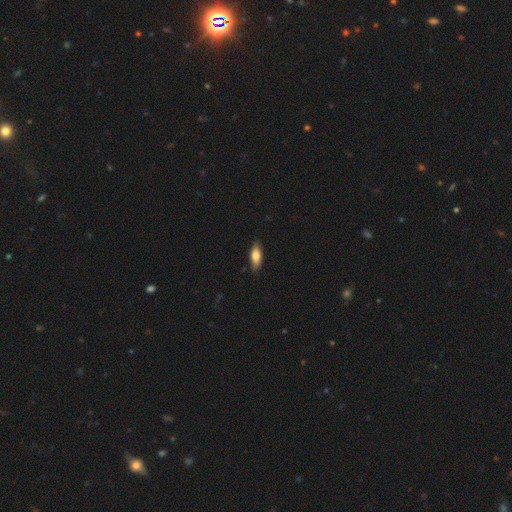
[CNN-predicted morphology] Overall: smooth (73%). How rounded: in between (68%; cigar-shaped 29%). Merging: none (86%).